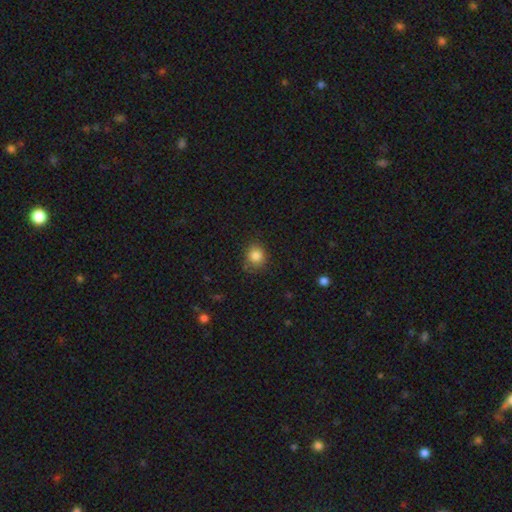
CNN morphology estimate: smooth_or_featured: smooth (p=0.84) [alt: star or artifact p=0.11]
how_rounded: round (p=0.80) [alt: in between p=0.19]
merging: none (p=0.81) [alt: minor disturbance p=0.14]